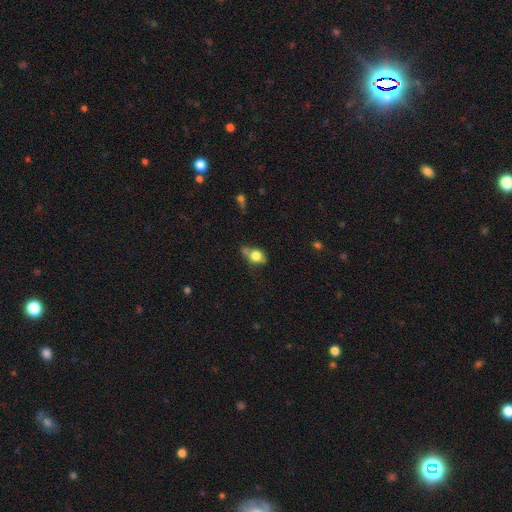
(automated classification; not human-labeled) Smooth or featured: smooth — 66% (featured or disk — 24%)
How rounded: in between — 61% (round — 33%)
Merging: none — 43% (minor disturbance — 30%)